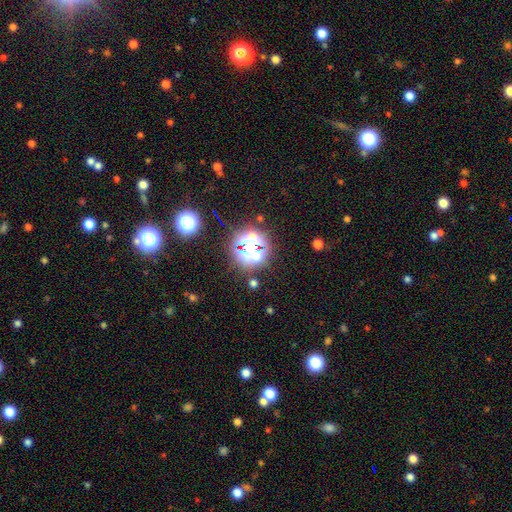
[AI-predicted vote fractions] Smooth or featured: star or artifact — 62% (smooth — 25%)